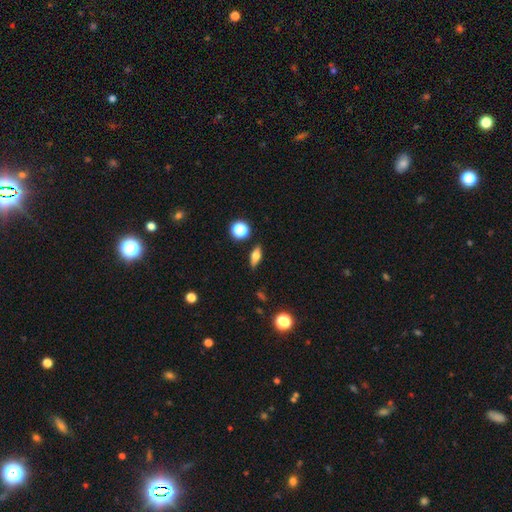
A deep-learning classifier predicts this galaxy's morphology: A smooth galaxy with no disk features (52%) that is in between round and cigar-shaped (61%). Merging: none (86%).